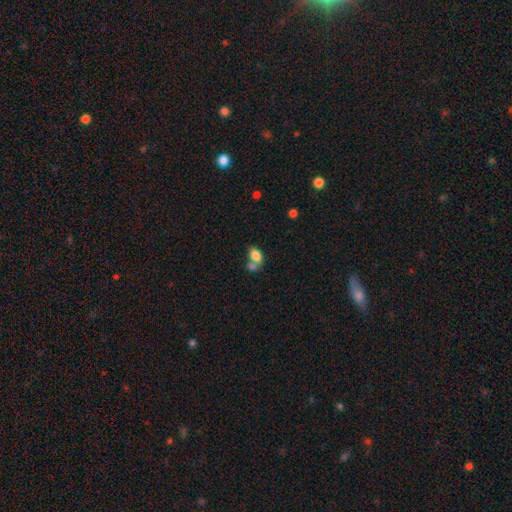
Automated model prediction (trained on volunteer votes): smooth-or-featured: smooth: 81% | featured or disk: 10% | star or artifact: 9%
  how-rounded: in between: 87% | round: 11% | cigar-shaped: 2%
  merging: merger: 46% | none: 36% | minor disturbance: 12% | major disturbance: 6%